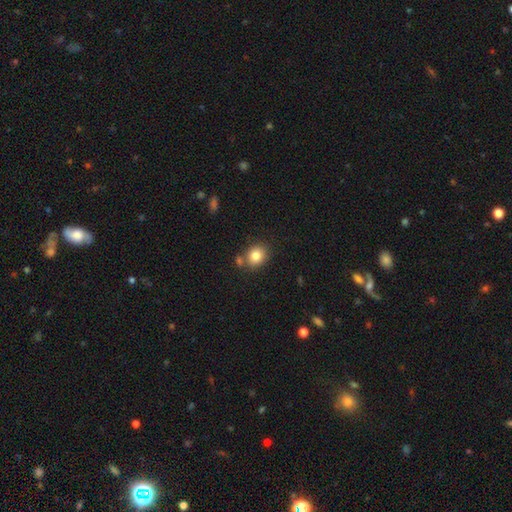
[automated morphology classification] A smooth galaxy with no disk features (81%) that is round (64%).

Vote fractions:
- Smooth or featured? smooth: 81% / star or artifact: 10% / featured or disk: 8%
- How rounded? round: 64% / in between: 35% / cigar-shaped: 1%
- Merging? none: 71% / merger: 15% / minor disturbance: 11% / major disturbance: 3%